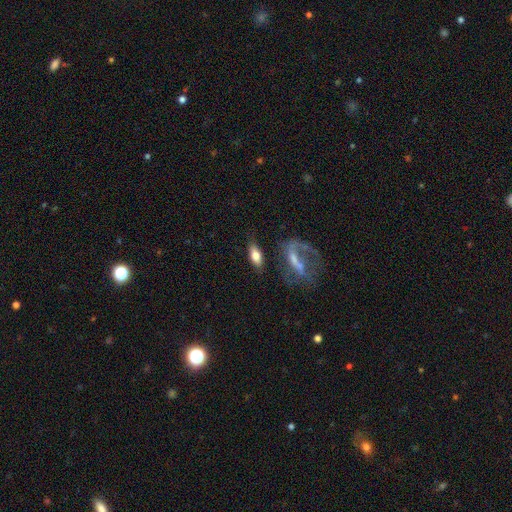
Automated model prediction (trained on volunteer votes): Morphology: type=smooth (68%); roundness=in between (78%); merging=none (73%).